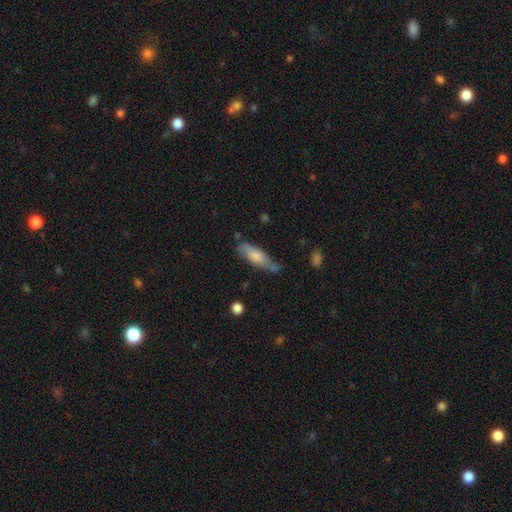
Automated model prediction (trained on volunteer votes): Smooth or featured? Predicted: smooth (p=0.65). How rounded? Predicted: cigar-shaped (p=0.49, tied with in between). Merging? Predicted: none (p=0.55).